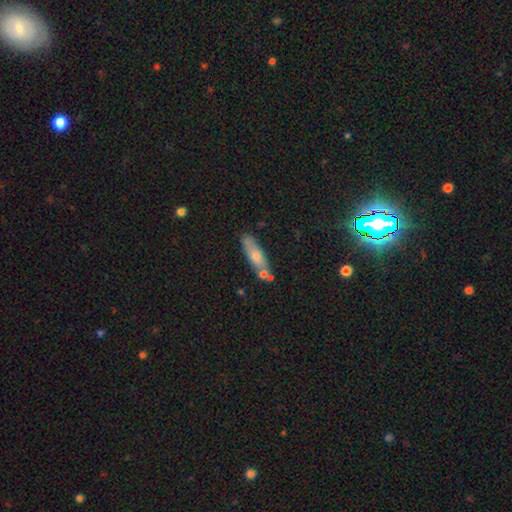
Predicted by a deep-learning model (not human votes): smooth 66%, featured or disk 27%, star or artifact 7%. Down the decision tree: how rounded — cigar-shaped (57%); merging — none (63%).